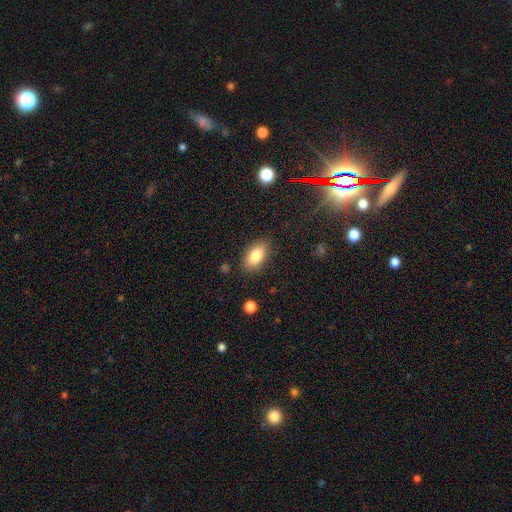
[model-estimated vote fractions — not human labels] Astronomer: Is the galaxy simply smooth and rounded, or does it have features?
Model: smooth — 83%.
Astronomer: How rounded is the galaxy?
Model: in between — 91%.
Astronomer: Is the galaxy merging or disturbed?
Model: none — 85%.